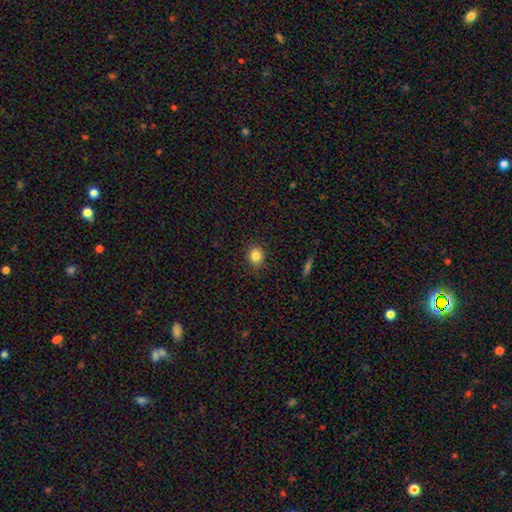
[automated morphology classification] smooth-or-featured: smooth: 83% | star or artifact: 11% | featured or disk: 5%
  how-rounded: round: 67% | in between: 32% | cigar-shaped: 1%
  merging: none: 87% | minor disturbance: 10% | major disturbance: 2% | merger: 1%